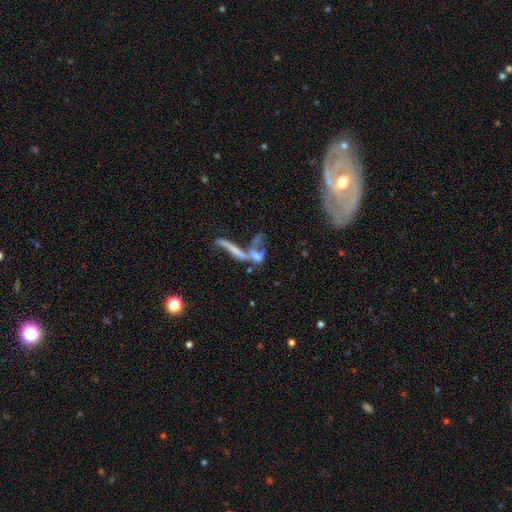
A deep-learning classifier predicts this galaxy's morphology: Q: Smooth or featured?
A: featured or disk (53%); runner-up: smooth (32%)
Q: Edge-on disk?
A: no (70%); runner-up: yes (30%)
Q: Merging?
A: merger (56%); runner-up: major disturbance (18%)